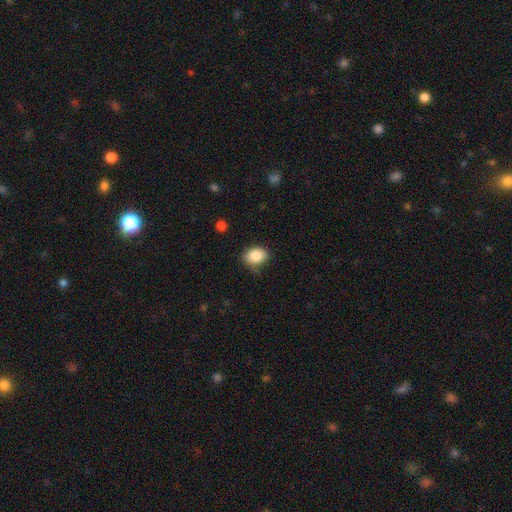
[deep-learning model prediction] A smooth galaxy with no disk features (85%) that is in between round and cigar-shaped (67%). Merging: none (79%).